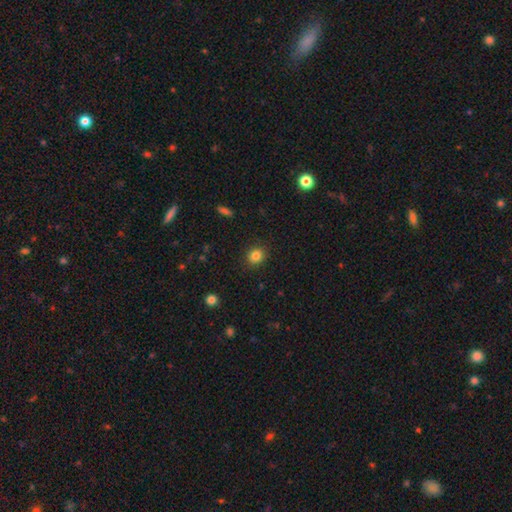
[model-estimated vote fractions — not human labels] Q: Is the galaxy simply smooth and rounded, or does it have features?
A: smooth — 83%.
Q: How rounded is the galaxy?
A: round — 73%.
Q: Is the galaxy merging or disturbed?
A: none — 89%.